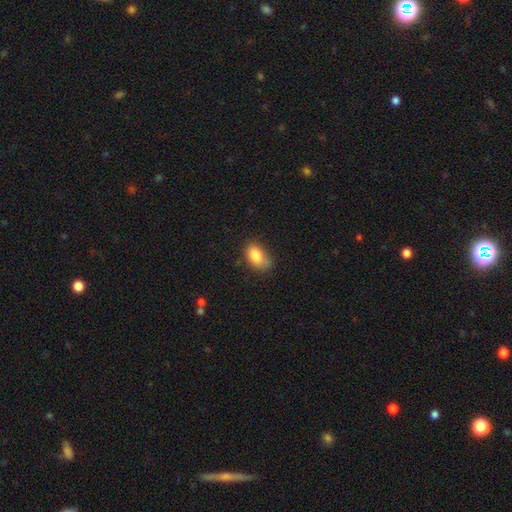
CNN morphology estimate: Smooth or featured: smooth — 84% (featured or disk — 8%)
How rounded: in between — 89% (round — 9%)
Merging: none — 60% (minor disturbance — 29%)